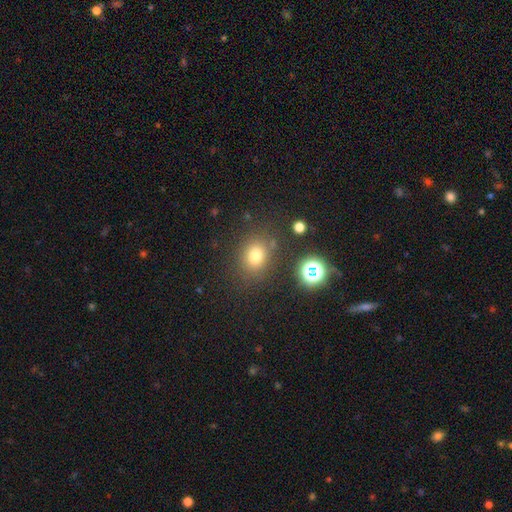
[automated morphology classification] A smooth galaxy with no disk features (73%) that is round (61%). Merging: none (78%).